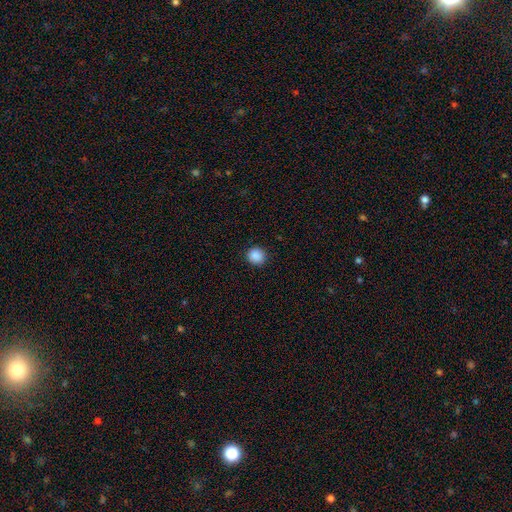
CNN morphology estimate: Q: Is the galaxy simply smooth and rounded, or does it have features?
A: smooth — 89%.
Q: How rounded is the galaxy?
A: round — 90%.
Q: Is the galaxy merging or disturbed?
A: none — 92%.